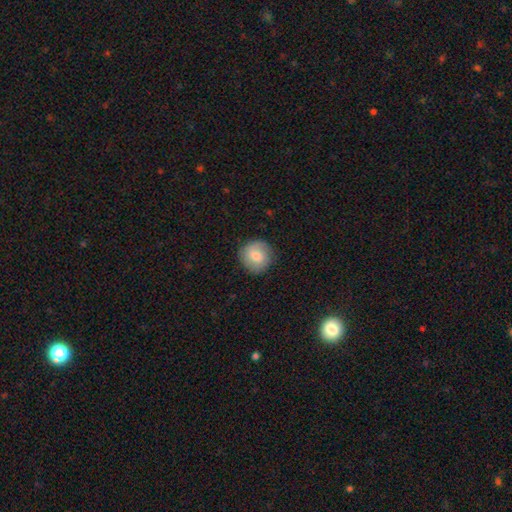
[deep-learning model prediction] The model was most divided on "smooth or featured": smooth: 72%, featured or disk: 21%, star or artifact: 7%. More confident: how rounded — round (93%); merging — none (86%).